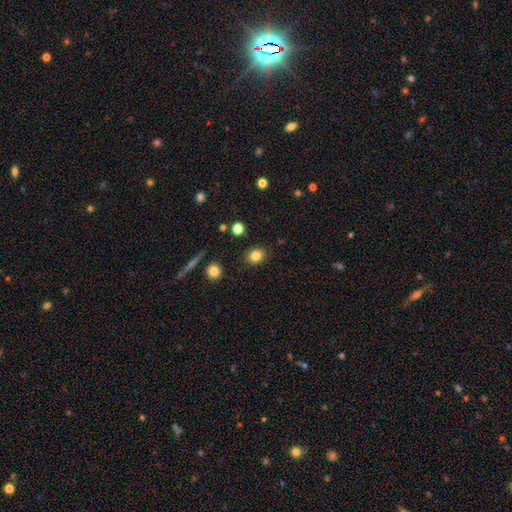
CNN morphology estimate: Q: Smooth or featured?
A: smooth (83%); runner-up: star or artifact (11%)
Q: How rounded?
A: round (63%); runner-up: in between (36%)
Q: Merging?
A: none (87%); runner-up: minor disturbance (8%)